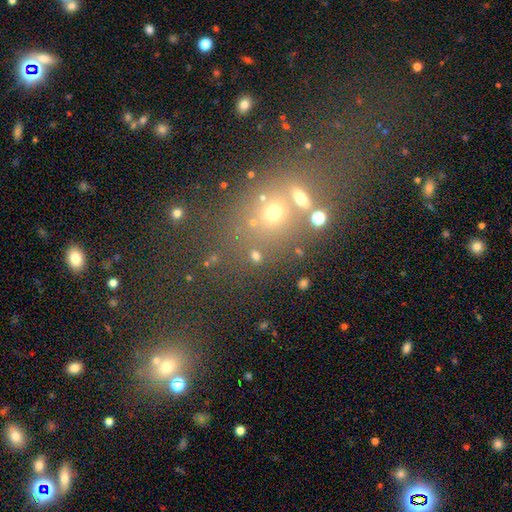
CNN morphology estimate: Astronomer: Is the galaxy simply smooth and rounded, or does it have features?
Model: smooth — 64%.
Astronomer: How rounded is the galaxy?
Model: round — 70%.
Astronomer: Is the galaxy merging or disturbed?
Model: none — 73%.